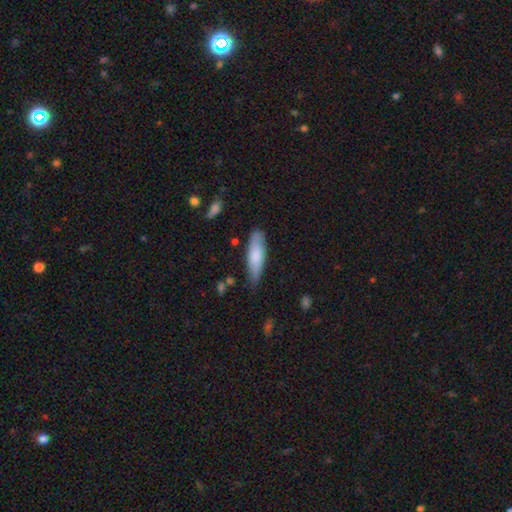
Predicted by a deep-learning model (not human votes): Smooth or featured? Predicted: smooth (p=0.78). How rounded? Predicted: cigar-shaped (p=0.57). Merging? Predicted: none (p=0.75).